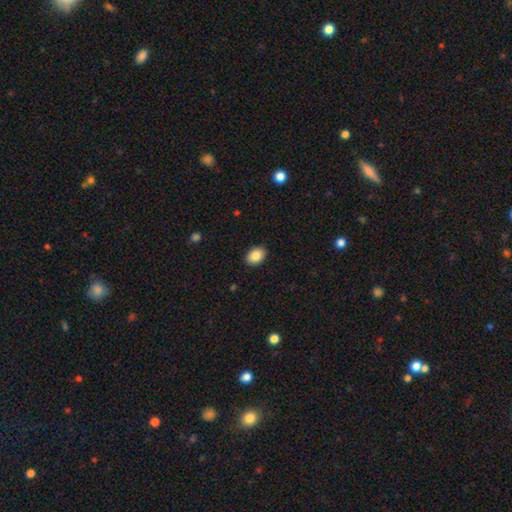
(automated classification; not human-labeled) This appears to be a smooth galaxy with no disk features (85%) that is in between round and cigar-shaped (78%). Merging: none (89%).